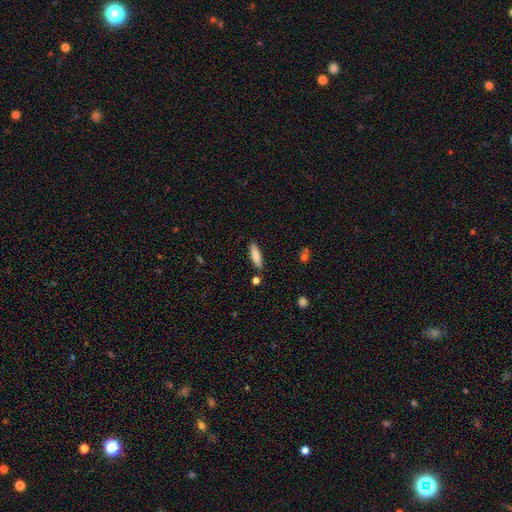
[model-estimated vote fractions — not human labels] Q: Smooth or featured?
A: smooth (80%); runner-up: featured or disk (14%)
Q: How rounded?
A: cigar-shaped (62%); runner-up: in between (36%)
Q: Merging?
A: none (84%); runner-up: minor disturbance (10%)